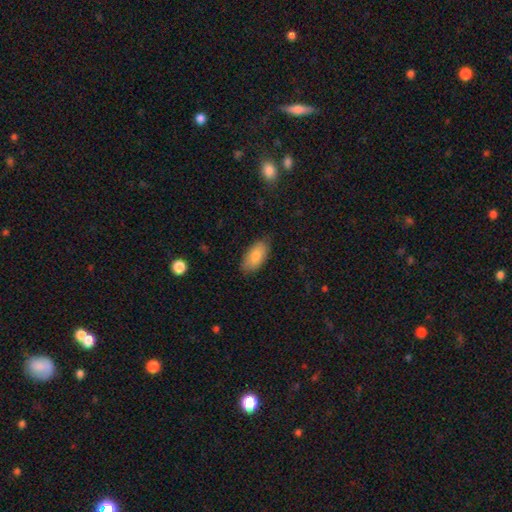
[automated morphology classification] Overall: smooth (81%). How rounded: in between (93%). Merging: none (83%).